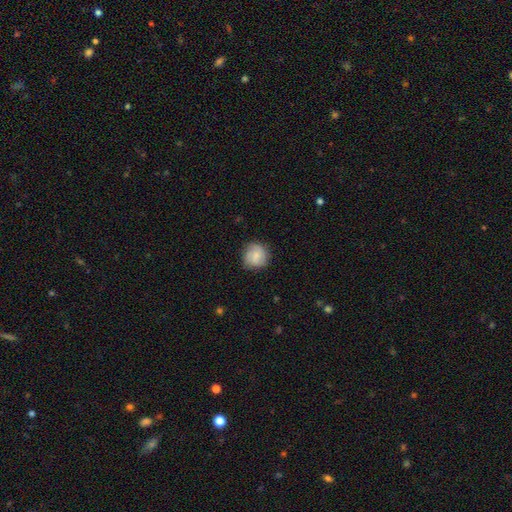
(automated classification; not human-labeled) Smooth or featured? Predicted: smooth (p=0.73). How rounded? Predicted: round (p=0.90). Merging? Predicted: none (p=0.80).